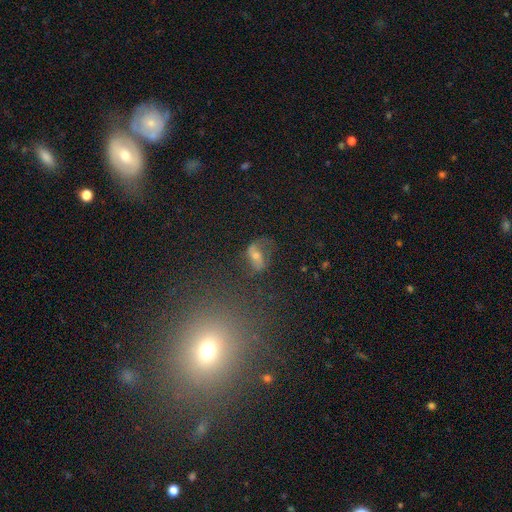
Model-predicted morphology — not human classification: smooth-or-featured: featured or disk: 61% | smooth: 20% | star or artifact: 19%
  disk-edge-on: no: 94% | yes: 6%
    bar: weak: 38% | strong: 34% | no: 28%
    has-spiral-arms: yes: 77% | no: 23%
    bulge-size: moderate: 46% | small: 43% | none: 5% | large: 4% | dominant: 2%
  merging: none: 64% | minor disturbance: 17% | major disturbance: 15% | merger: 4%